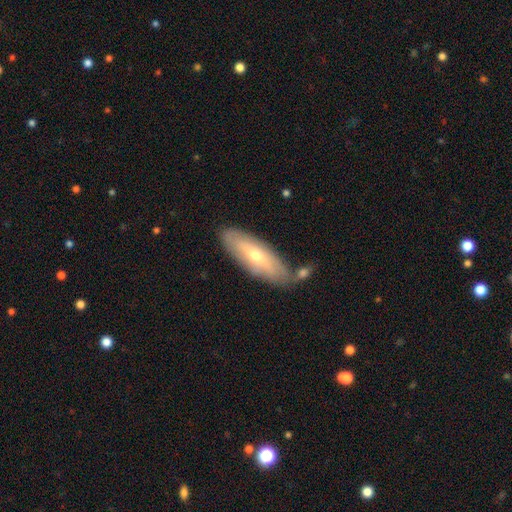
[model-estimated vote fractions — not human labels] smooth_or_featured: smooth (p=0.51) [alt: featured or disk p=0.44]
how_rounded: in between (p=0.57) [alt: cigar-shaped p=0.41]
merging: none (p=0.68) [alt: minor disturbance p=0.16]